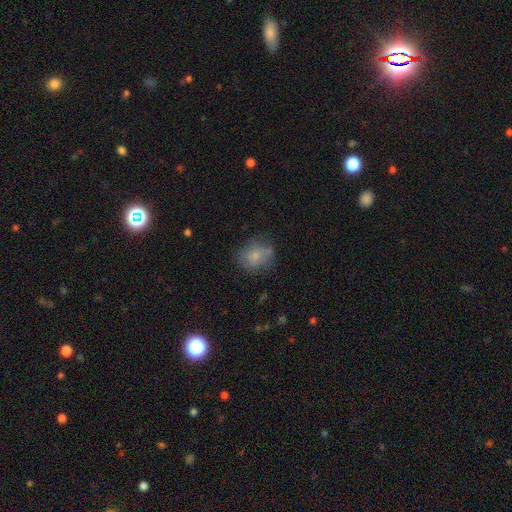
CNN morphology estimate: This appears to be a smooth galaxy with no disk features (70%) that is round (63%). Merging: none (61%).